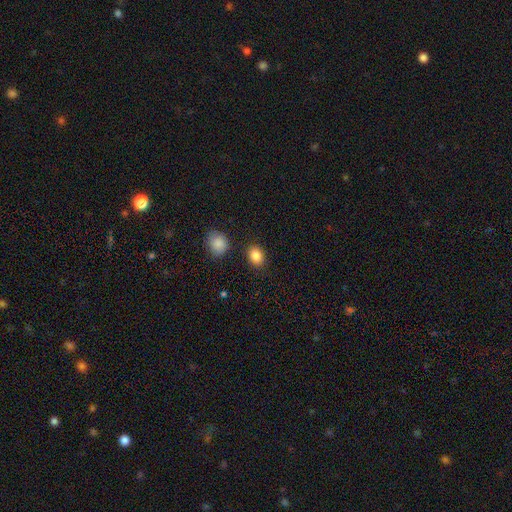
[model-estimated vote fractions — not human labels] This appears to be a smooth galaxy with no disk features (87%) that is in between round and cigar-shaped (63%). Merging: none (84%).